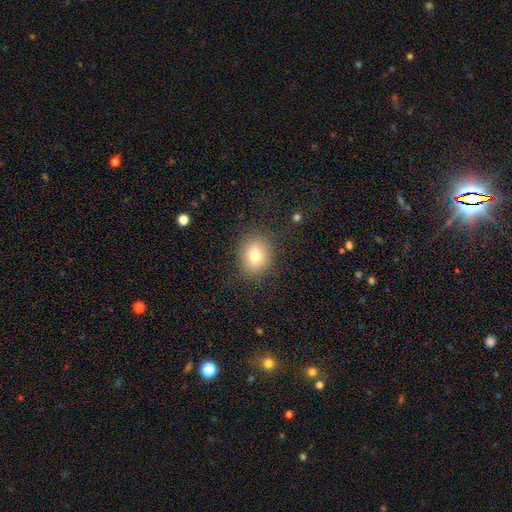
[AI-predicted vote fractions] Morphology: type=smooth (75%); roundness=round (65%); merging=none (83%).